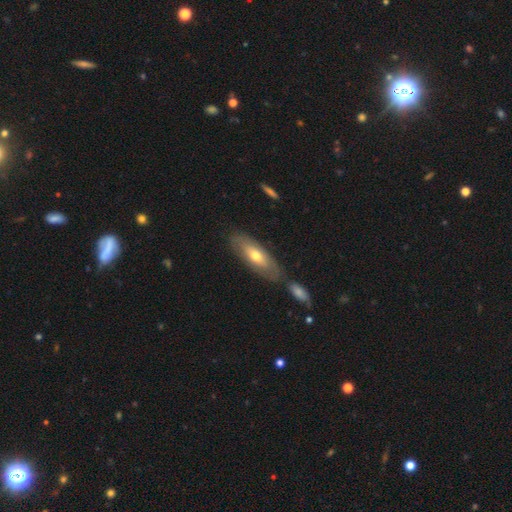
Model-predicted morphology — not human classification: Smooth or featured? Predicted: smooth (p=0.57). How rounded? Predicted: in between (p=0.61). Merging? Predicted: none (p=0.72).